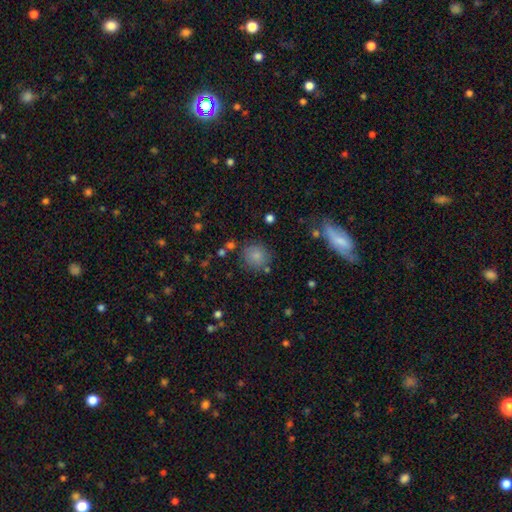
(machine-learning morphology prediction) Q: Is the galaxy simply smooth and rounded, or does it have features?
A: smooth — 83%.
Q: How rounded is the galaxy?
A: round — 86%.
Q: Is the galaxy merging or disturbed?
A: none — 77%.